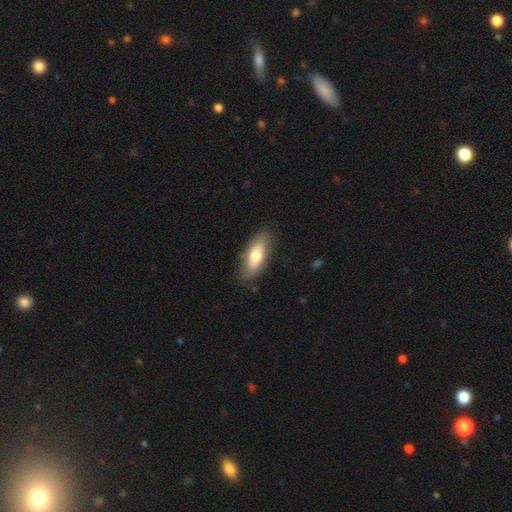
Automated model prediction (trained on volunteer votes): Smooth or featured: smooth — 73% (featured or disk — 21%)
How rounded: in between — 75% (cigar-shaped — 22%)
Merging: none — 83% (minor disturbance — 13%)